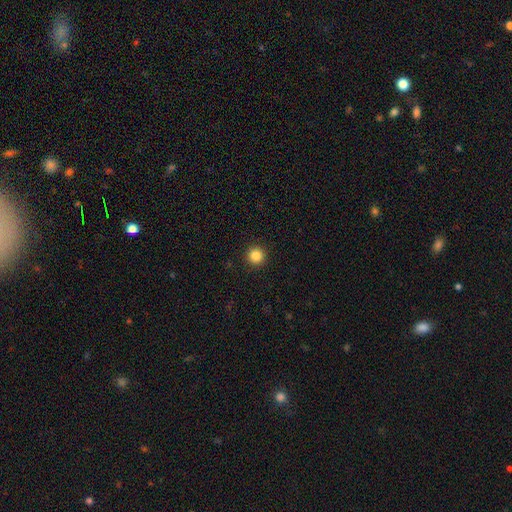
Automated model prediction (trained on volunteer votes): A smooth galaxy with no disk features (85%) that is round (96%).

Vote fractions:
- Smooth or featured? smooth: 85% / star or artifact: 11% / featured or disk: 4%
- How rounded? round: 96% / in between: 3% / cigar-shaped: 1%
- Merging? none: 93% / minor disturbance: 4% / major disturbance: 2% / merger: 1%